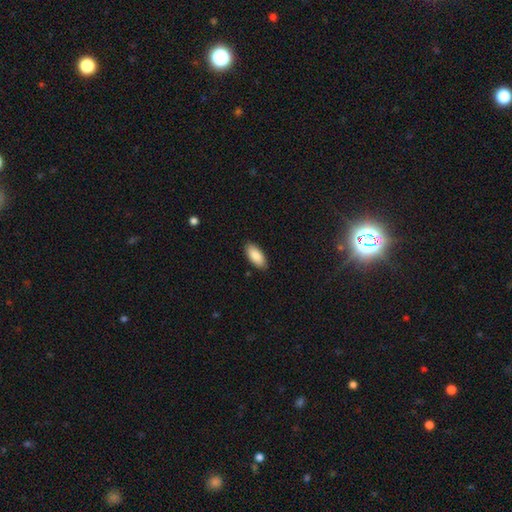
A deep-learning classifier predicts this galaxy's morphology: Q: Smooth or featured?
A: smooth (88%); runner-up: featured or disk (6%)
Q: How rounded?
A: in between (90%); runner-up: cigar-shaped (8%)
Q: Merging?
A: none (89%); runner-up: minor disturbance (8%)